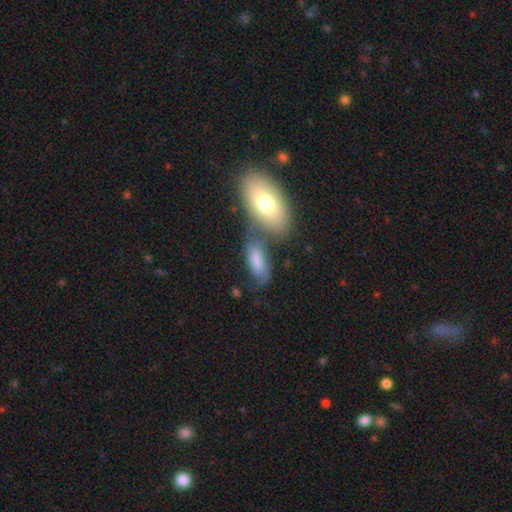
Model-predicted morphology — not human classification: smooth-or-featured: smooth: 62% | featured or disk: 29% | star or artifact: 9%
  how-rounded: in between: 85% | cigar-shaped: 11% | round: 4%
  merging: none: 38% | merger: 33% | minor disturbance: 19% | major disturbance: 11%